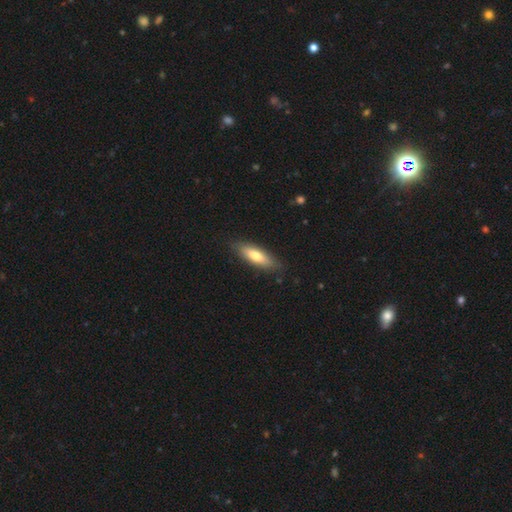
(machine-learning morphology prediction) Smooth or featured? Predicted: smooth (p=0.72). How rounded? Predicted: in between (p=0.49, tied with cigar-shaped). Merging? Predicted: none (p=0.85).